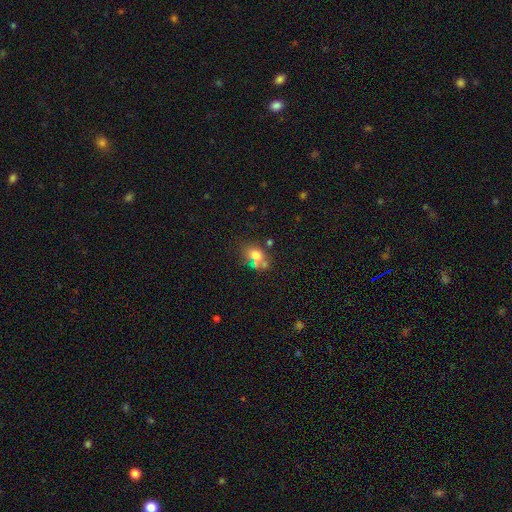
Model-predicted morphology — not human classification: A smooth galaxy with no disk features (72%) that is in between round and cigar-shaped (54%).

Vote fractions:
- Smooth or featured? smooth: 72% / featured or disk: 15% / star or artifact: 13%
- How rounded? in between: 54% / round: 45% / cigar-shaped: 1%
- Merging? none: 53% / merger: 23% / minor disturbance: 17% / major disturbance: 7%